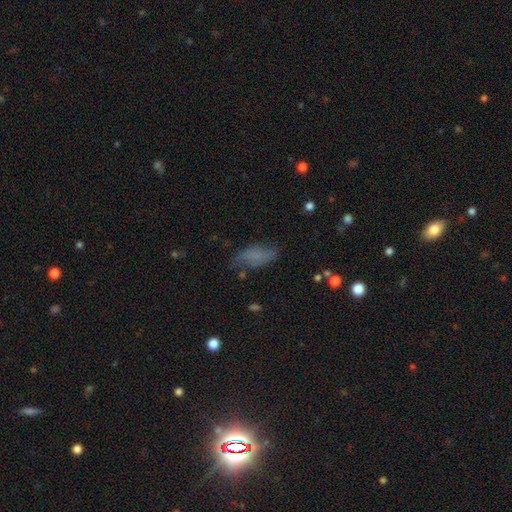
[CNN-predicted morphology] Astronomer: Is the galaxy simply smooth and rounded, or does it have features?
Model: smooth — 61%.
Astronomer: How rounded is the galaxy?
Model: in between — 76%.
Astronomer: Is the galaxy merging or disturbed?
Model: none — 55%.